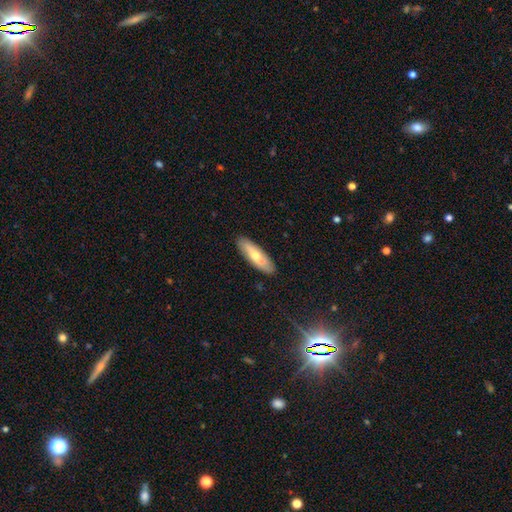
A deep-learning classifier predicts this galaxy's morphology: Smooth or featured? Predicted: smooth (p=0.60). How rounded? Predicted: cigar-shaped (p=0.50). Merging? Predicted: none (p=0.82).